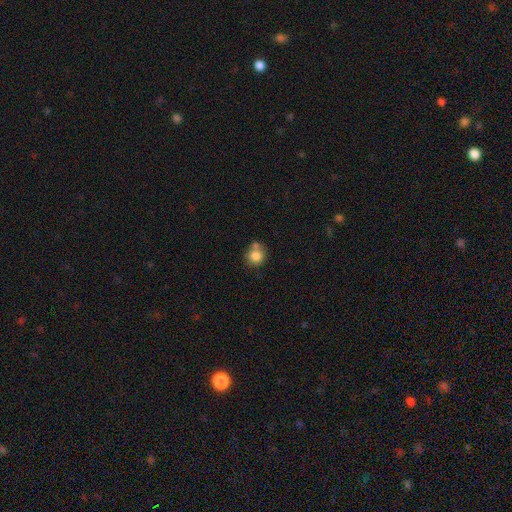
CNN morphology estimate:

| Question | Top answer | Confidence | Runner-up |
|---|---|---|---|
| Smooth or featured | smooth | 81% | star or artifact (9%) |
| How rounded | round | 84% | in between (15%) |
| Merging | none | 50% | merger (30%) |